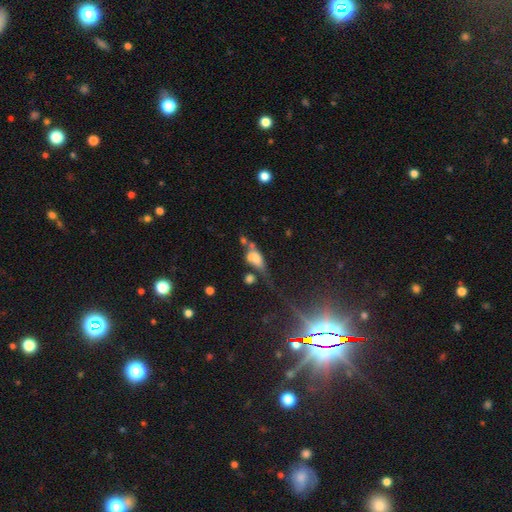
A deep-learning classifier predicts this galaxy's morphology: This is marginally a featured or disk galaxy (40%). Merging: marginally none (42%).